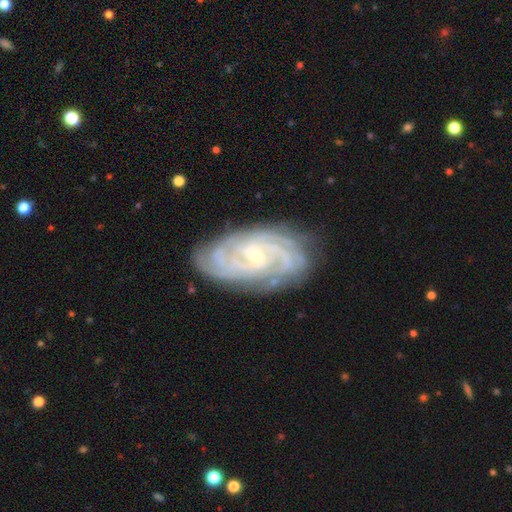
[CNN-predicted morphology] A featured or disk galaxy (89%) with a weak bar (49%), 4 (24%) tight (74%) spiral arms (98%) and a small central bulge (70%).

Vote fractions:
- Smooth or featured? featured or disk: 89% / smooth: 6% / star or artifact: 6%
- Edge-on disk? no: 96% / yes: 4%
- Bar? weak: 49% / no: 33% / strong: 18%
- Spiral arms? yes: 98% / no: 2%
- Spiral winding? tight: 74% / medium: 23% / loose: 4%
- Spiral arm count? 4: 24% / can't tell: 23% / 3: 20% / 2: 17% / more than 4: 10% / 1: 7%
- Bulge size? small: 70% / moderate: 24% / none: 3% / large: 1% / dominant: 1%
- Merging? none: 80% / minor disturbance: 15% / major disturbance: 4% / merger: 1%